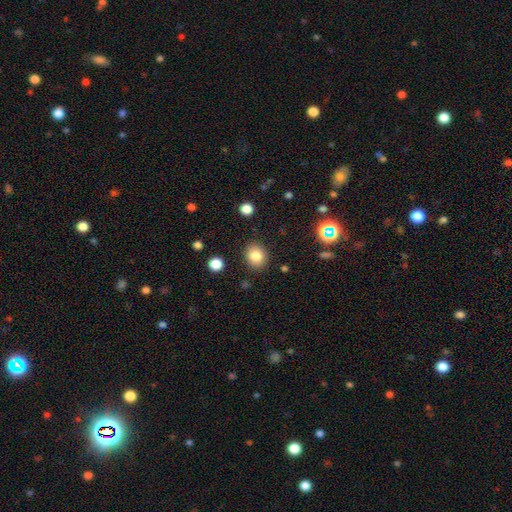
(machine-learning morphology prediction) smooth 83%, star or artifact 11%, featured or disk 7%. Down the decision tree: how rounded — round (68%); merging — none (88%).